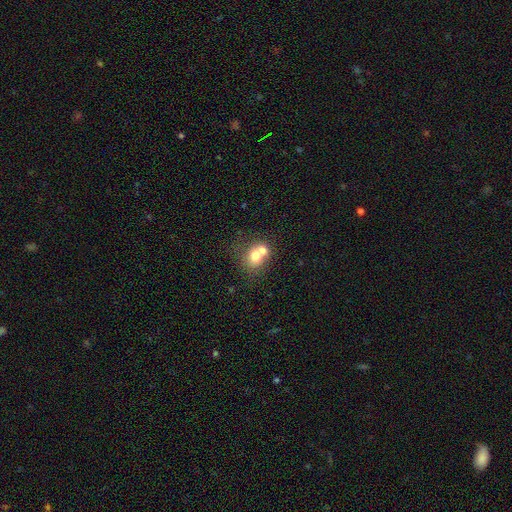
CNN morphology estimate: smooth-or-featured: smooth: 69% | featured or disk: 21% | star or artifact: 10%
  how-rounded: round: 62% | in between: 37% | cigar-shaped: 1%
  merging: merger: 63% | none: 26% | minor disturbance: 7% | major disturbance: 4%